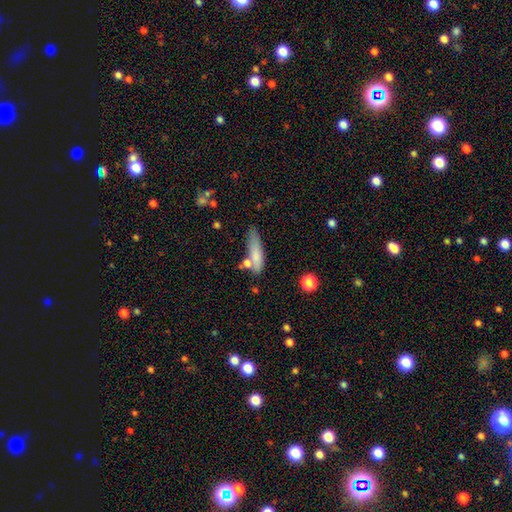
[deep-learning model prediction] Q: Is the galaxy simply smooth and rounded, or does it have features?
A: smooth — 75%.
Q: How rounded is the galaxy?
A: cigar-shaped — 66%.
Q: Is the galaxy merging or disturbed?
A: none — 53%.